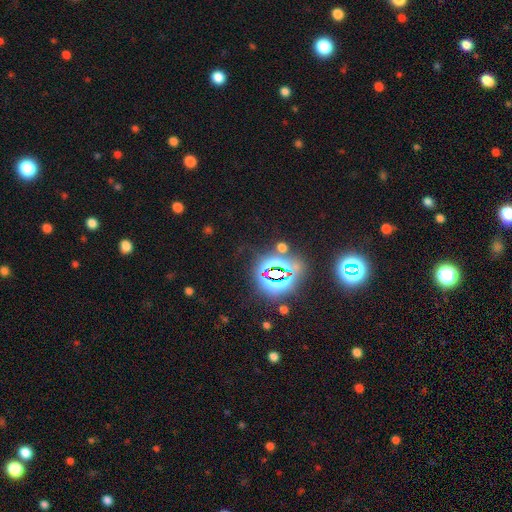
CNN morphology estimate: Q: Smooth or featured?
A: star or artifact (82%); runner-up: smooth (11%)